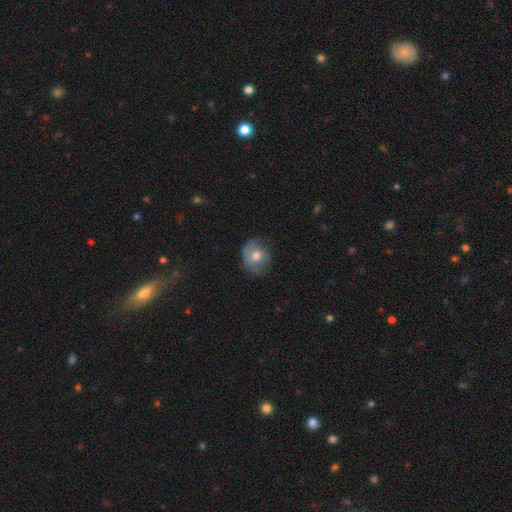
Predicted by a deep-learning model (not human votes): Smooth or featured: smooth — 68% (featured or disk — 23%)
How rounded: round — 71% (in between — 28%)
Merging: none — 65% (minor disturbance — 26%)